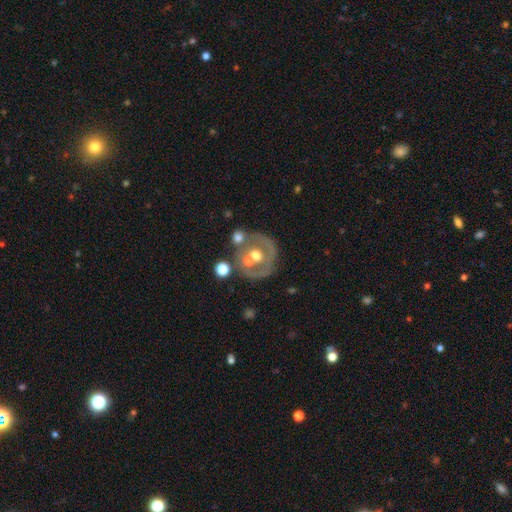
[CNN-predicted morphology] Smooth or featured?
  - featured or disk: 54% *
  - smooth: 36%
  - star or artifact: 9%
Edge-on disk?
  - no: 97% *
  - yes: 3%
Bar?
  - no: 87% *
  - weak: 10%
  - strong: 4%
Spiral arms?
  - no: 87% *
  - yes: 13%
Bulge size?
  - moderate: 70% *
  - large: 12%
  - small: 11%
  - none: 6%
  - dominant: 2%
Merging?
  - none: 48% *
  - merger: 28%
  - minor disturbance: 14%
  - major disturbance: 9%